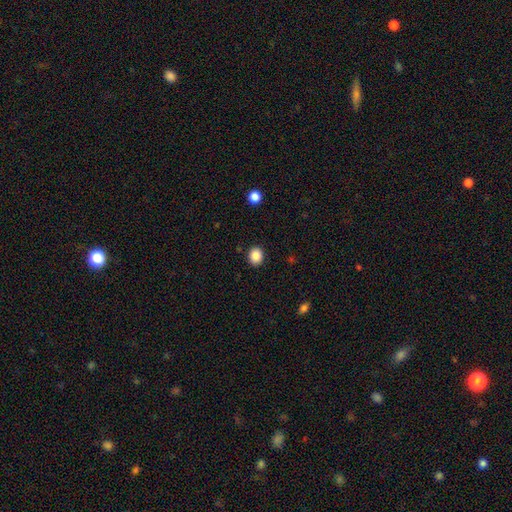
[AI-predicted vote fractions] smooth 86%, star or artifact 10%, featured or disk 4%. Down the decision tree: how rounded — round (63%); merging — none (90%).